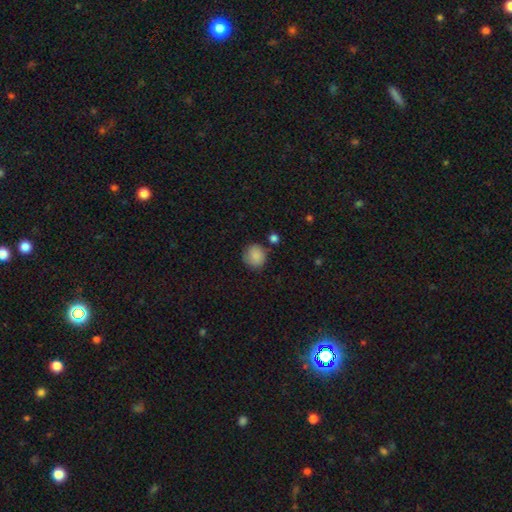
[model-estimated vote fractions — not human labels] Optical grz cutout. It shows a smooth galaxy with no disk features (87%) that is round (91%). Merging: none (78%).